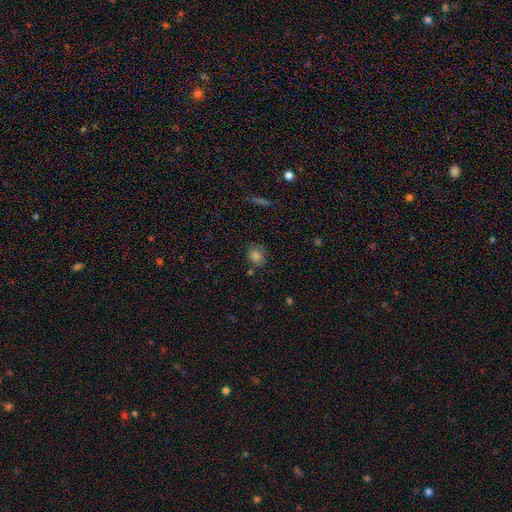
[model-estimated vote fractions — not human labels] Smooth or featured? Predicted: smooth (p=0.76). How rounded? Predicted: round (p=0.66). Merging? Predicted: none (p=0.73).